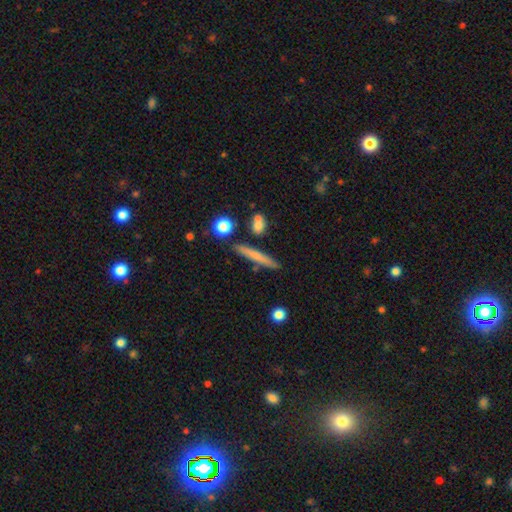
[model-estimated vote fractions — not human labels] This is likely a smooth galaxy (62%). How rounded: clearly cigar-shaped (92%). Merging: clearly none (82%).